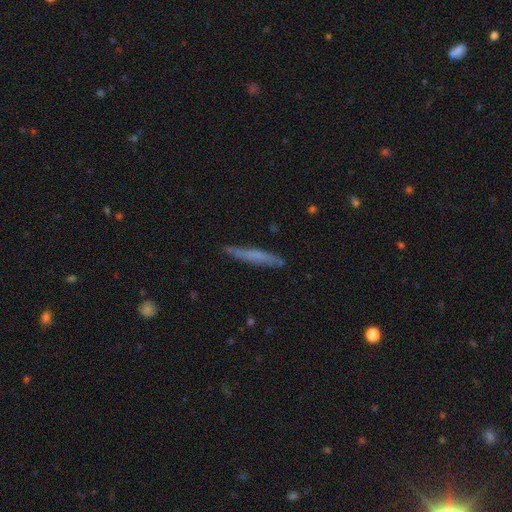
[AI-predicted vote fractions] Smooth or featured? smooth (57%)
How rounded? cigar-shaped (95%)
Merging? none (82%)